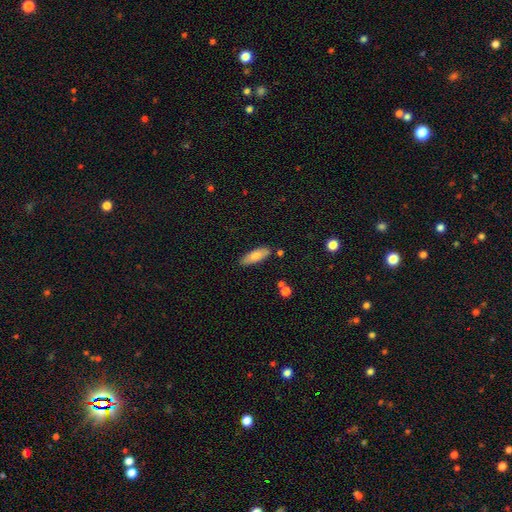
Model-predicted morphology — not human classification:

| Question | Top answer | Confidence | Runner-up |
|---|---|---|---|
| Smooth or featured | smooth | 77% | featured or disk (17%) |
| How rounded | in between | 63% | cigar-shaped (35%) |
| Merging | none | 82% | minor disturbance (12%) |